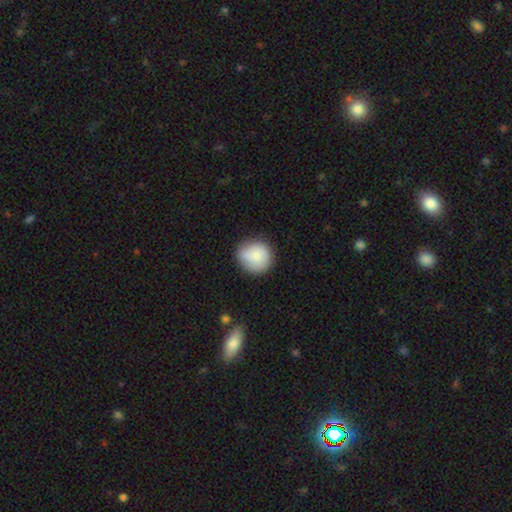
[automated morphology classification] This is likely a smooth galaxy (72%). How rounded: clearly round (91%). Merging: likely none (74%).